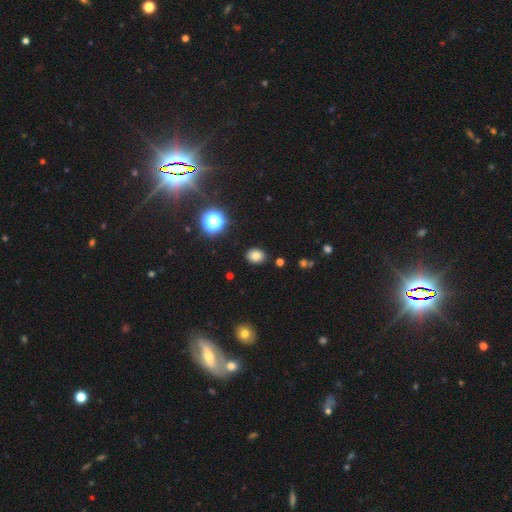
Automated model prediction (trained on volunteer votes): A smooth galaxy with no disk features (79%) that is round (52%). Merging: none (89%).